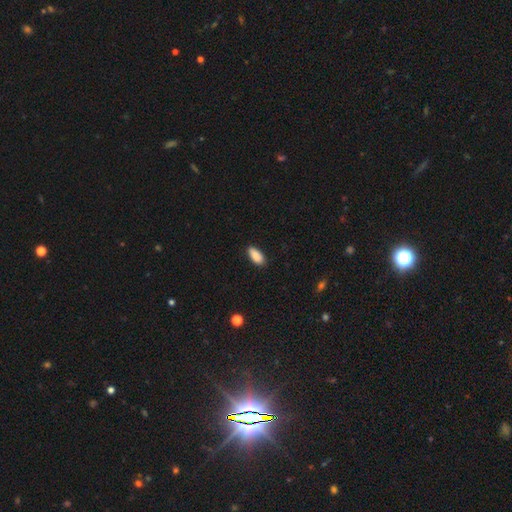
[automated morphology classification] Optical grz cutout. It shows a smooth galaxy with no disk features (88%) that is in between round and cigar-shaped (88%). Merging: none (85%).